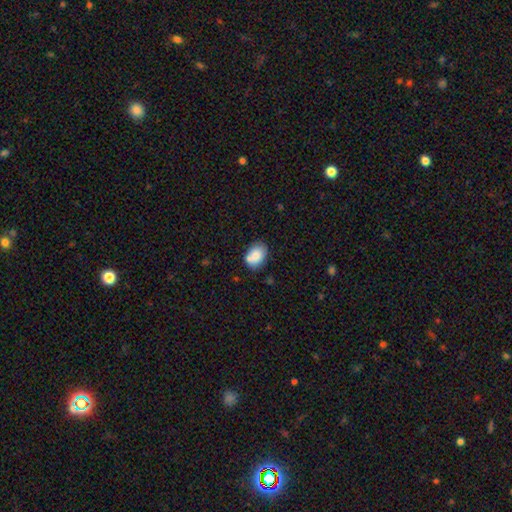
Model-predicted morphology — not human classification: smooth_or_featured: smooth (p=0.82) [alt: featured or disk p=0.10]
how_rounded: in between (p=0.76) [alt: round p=0.23]
merging: none (p=0.66) [alt: minor disturbance p=0.18]